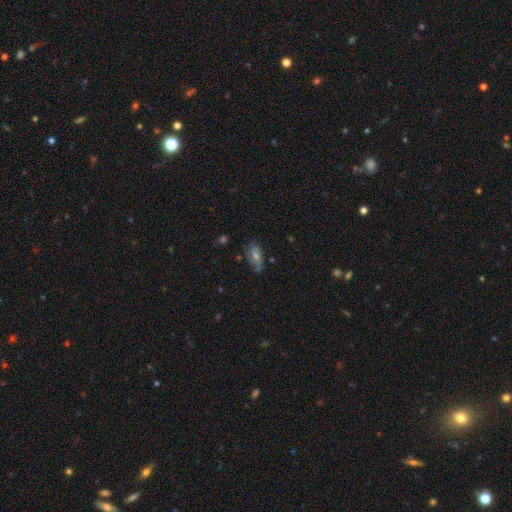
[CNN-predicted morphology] Overall: featured or disk (49%; smooth 35%). Merging: none (69%).